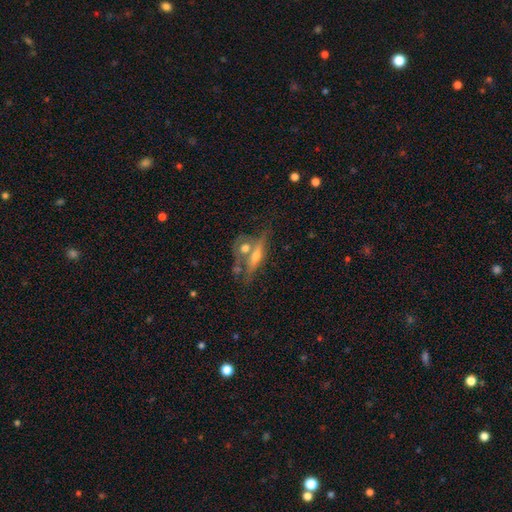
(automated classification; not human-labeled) This is likely a featured or disk galaxy (65%). It is likely viewed edge-on (77%). Merging: marginally none (42%).